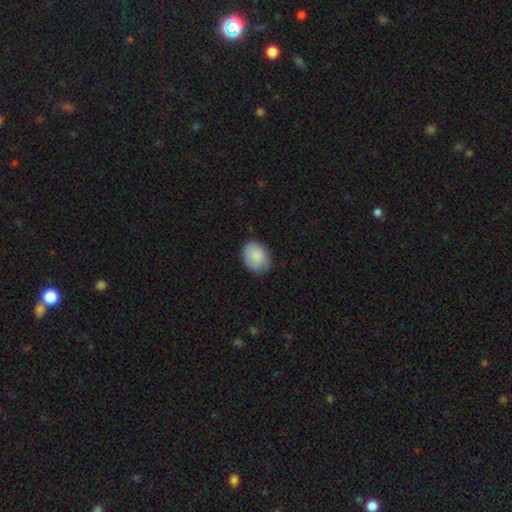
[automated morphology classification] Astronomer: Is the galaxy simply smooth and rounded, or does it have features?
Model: smooth — 84%.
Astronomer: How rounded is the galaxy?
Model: in between — 58% (runner-up: round, 41%).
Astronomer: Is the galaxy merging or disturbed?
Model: none — 77%.